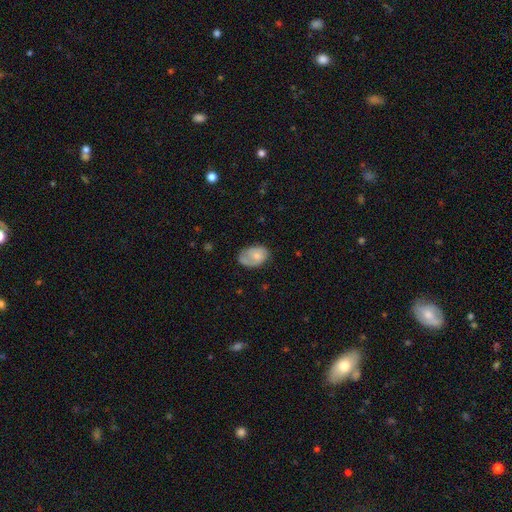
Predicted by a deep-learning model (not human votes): This is likely a smooth galaxy (63%). How rounded: clearly in between (84%). Merging: possibly none (53%).